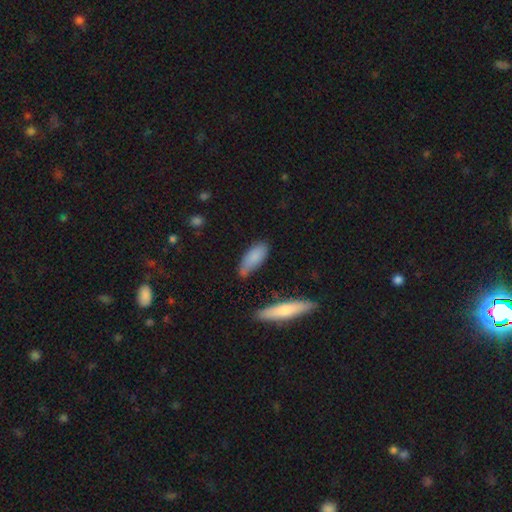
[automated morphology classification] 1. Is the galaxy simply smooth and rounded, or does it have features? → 82% smooth, 11% featured or disk, 7% star or artifact.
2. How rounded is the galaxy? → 75% in between, 23% cigar-shaped, 2% round.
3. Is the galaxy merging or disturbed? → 62% none, 27% minor disturbance, 6% major disturbance, 5% merger.